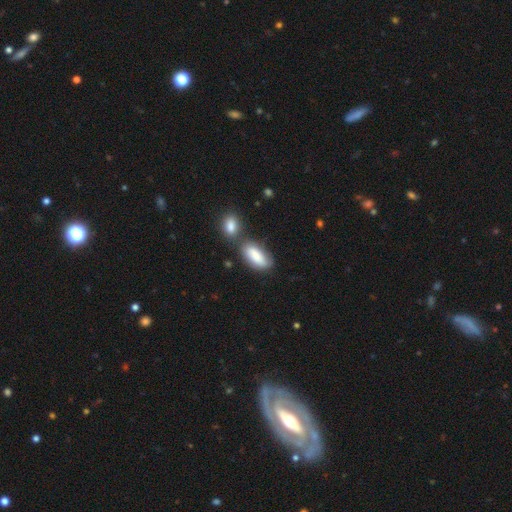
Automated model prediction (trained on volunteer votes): smooth 79%, featured or disk 14%, star or artifact 7%. Down the decision tree: how rounded — in between (86%); merging — none (46%).